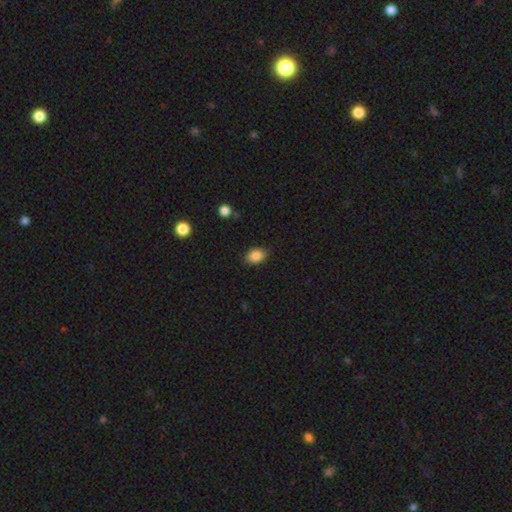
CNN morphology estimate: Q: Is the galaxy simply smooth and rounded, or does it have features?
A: smooth — 86%.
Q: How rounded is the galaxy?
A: in between — 79%.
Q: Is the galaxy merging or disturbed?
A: none — 87%.